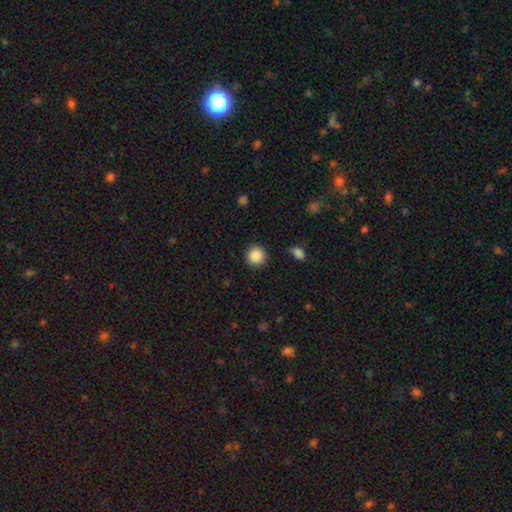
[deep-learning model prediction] Overall: smooth (88%). How rounded: round (94%). Merging: none (90%).